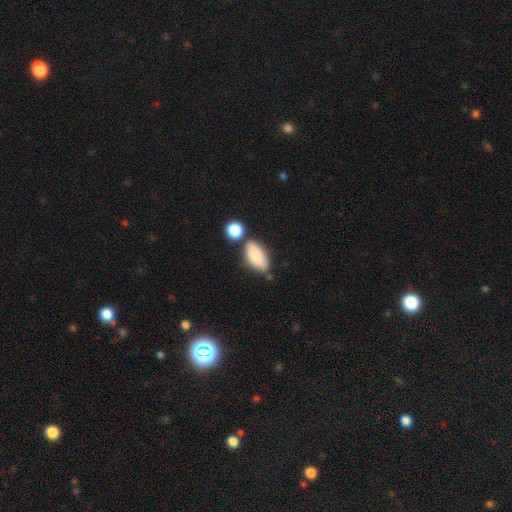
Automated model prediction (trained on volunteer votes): smooth_or_featured: smooth (p=0.86) [alt: featured or disk p=0.07]
how_rounded: in between (p=0.89) [alt: cigar-shaped p=0.07]
merging: none (p=0.60) [alt: merger p=0.18]